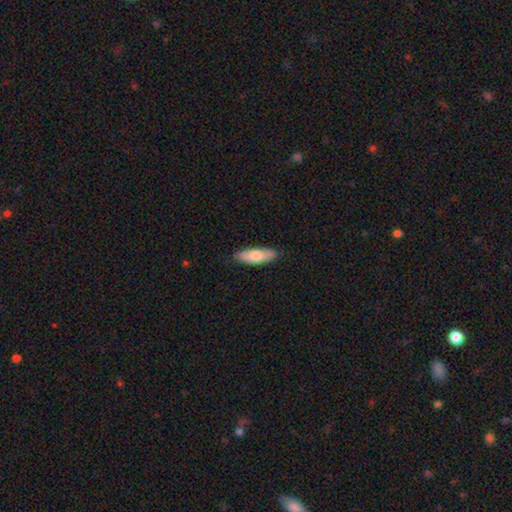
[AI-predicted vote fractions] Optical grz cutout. It shows a smooth galaxy with no disk features (75%) that is in between round and cigar-shaped (58%). Merging: none (85%).